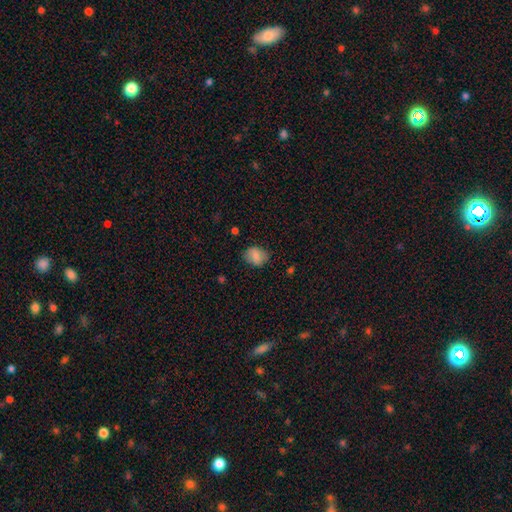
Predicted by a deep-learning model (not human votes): smooth_or_featured: smooth (p=0.82) [alt: featured or disk p=0.10]
how_rounded: in between (p=0.58) [alt: round p=0.41]
merging: none (p=0.77) [alt: minor disturbance p=0.18]